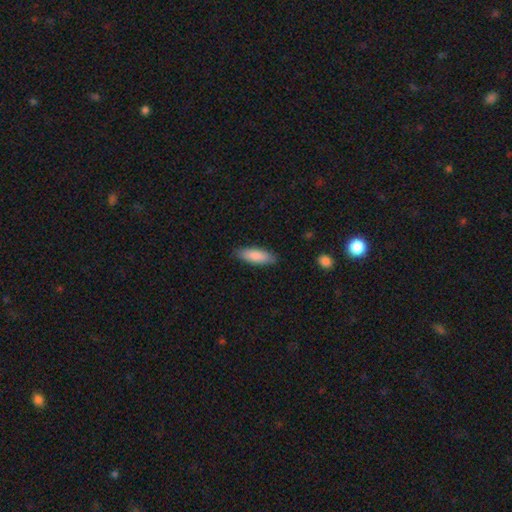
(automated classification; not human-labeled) smooth-or-featured: smooth: 86% | featured or disk: 9% | star or artifact: 5%
  how-rounded: in between: 58% | cigar-shaped: 41% | round: 2%
  merging: none: 87% | minor disturbance: 10% | major disturbance: 2% | merger: 1%